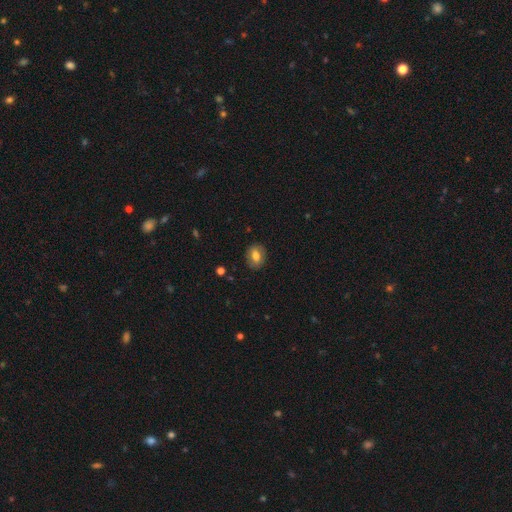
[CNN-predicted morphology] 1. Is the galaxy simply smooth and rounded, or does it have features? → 69% smooth, 22% featured or disk, 9% star or artifact.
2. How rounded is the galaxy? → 59% in between, 40% round, 2% cigar-shaped.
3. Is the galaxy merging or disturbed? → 84% none, 11% minor disturbance, 3% major disturbance, 1% merger.